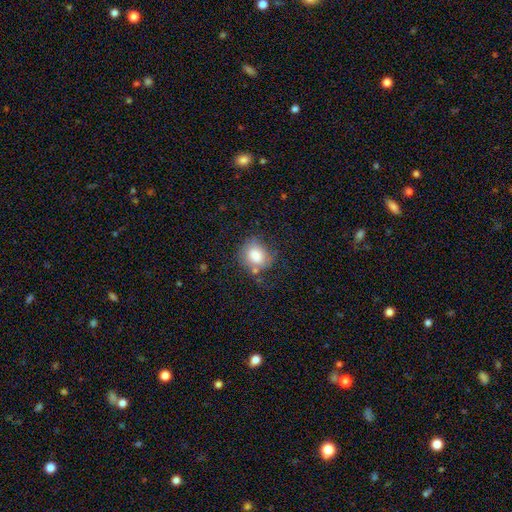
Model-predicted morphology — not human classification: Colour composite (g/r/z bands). It shows a smooth galaxy with no disk features (81%) that is round (70%). Merging: none (54%).